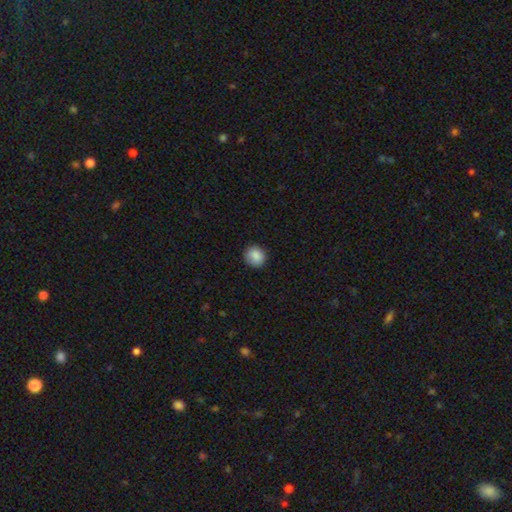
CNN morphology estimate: Smooth or featured?
  - smooth: 88% *
  - star or artifact: 9%
  - featured or disk: 4%
How rounded?
  - round: 88% *
  - in between: 11%
  - cigar-shaped: 1%
Merging?
  - none: 87% *
  - minor disturbance: 10%
  - major disturbance: 2%
  - merger: 1%